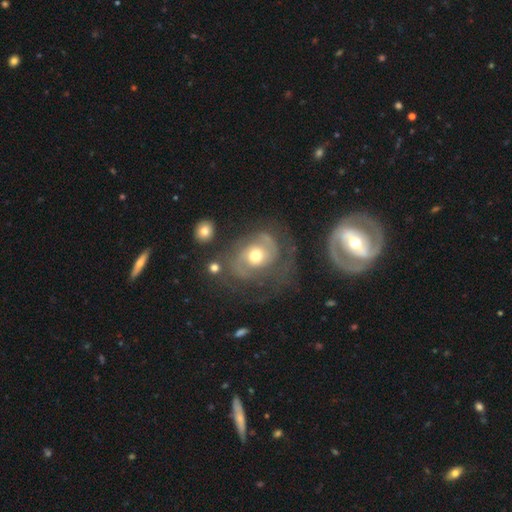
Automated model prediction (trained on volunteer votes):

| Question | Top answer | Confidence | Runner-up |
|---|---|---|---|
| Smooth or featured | featured or disk | 80% | smooth (14%) |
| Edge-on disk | no | 97% | yes (3%) |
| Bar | no | 75% | weak (21%) |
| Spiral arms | yes | 89% | no (11%) |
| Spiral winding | tight | 43% | medium (40%) |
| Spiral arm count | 2 | 55% | can't tell (20%) |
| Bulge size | moderate | 68% | small (21%) |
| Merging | none | 53% | major disturbance (24%) |